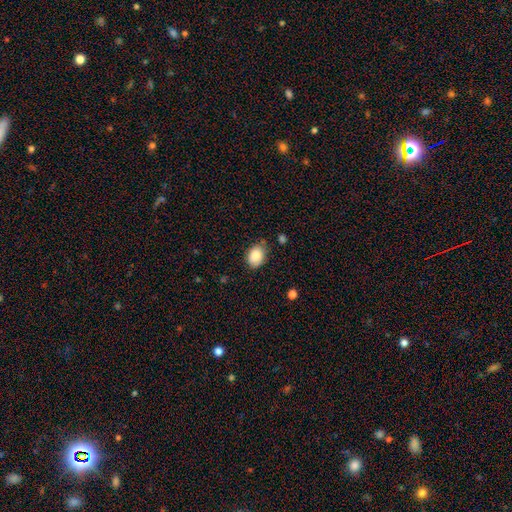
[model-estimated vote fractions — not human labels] This is clearly a smooth galaxy (87%). How rounded: likely in between (75%). Merging: likely none (71%).